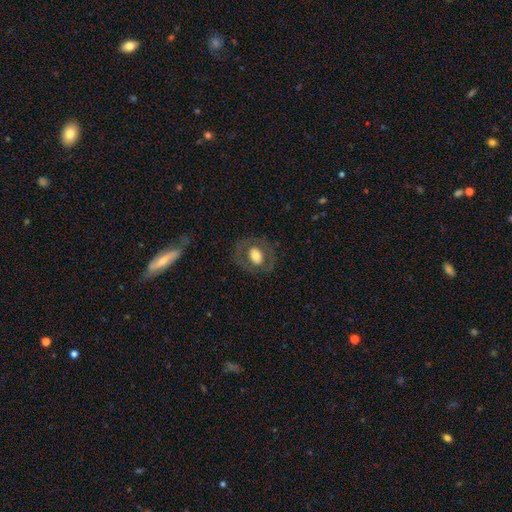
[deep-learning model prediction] A smooth galaxy with no disk features (53%) that is in between round and cigar-shaped (61%).

Vote fractions:
- Smooth or featured? smooth: 53% / featured or disk: 40% / star or artifact: 7%
- How rounded? in between: 61% / round: 38% / cigar-shaped: 1%
- Merging? none: 76% / minor disturbance: 14% / major disturbance: 10% / merger: 1%